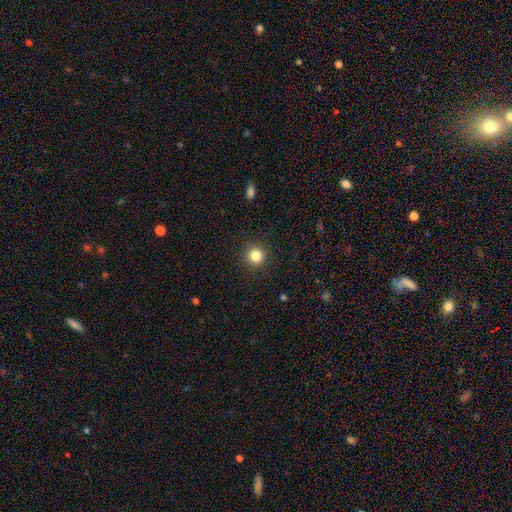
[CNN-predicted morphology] Smooth or featured?
  - smooth: 84% *
  - star or artifact: 11%
  - featured or disk: 5%
How rounded?
  - round: 94% *
  - in between: 5%
  - cigar-shaped: 1%
Merging?
  - none: 92% *
  - minor disturbance: 5%
  - major disturbance: 2%
  - merger: 1%